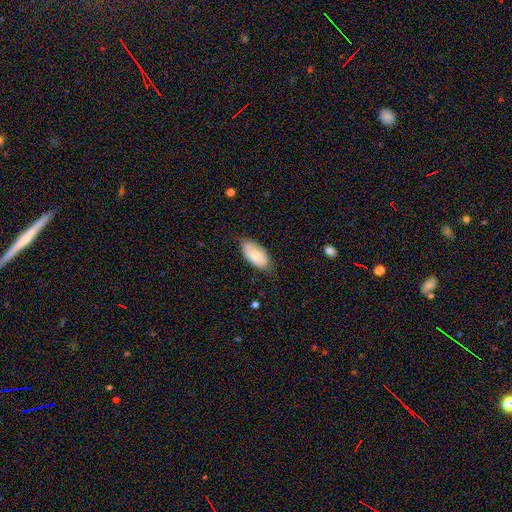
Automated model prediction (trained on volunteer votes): Smooth or featured? smooth (72%)
How rounded? in between (94%)
Merging? none (72%)